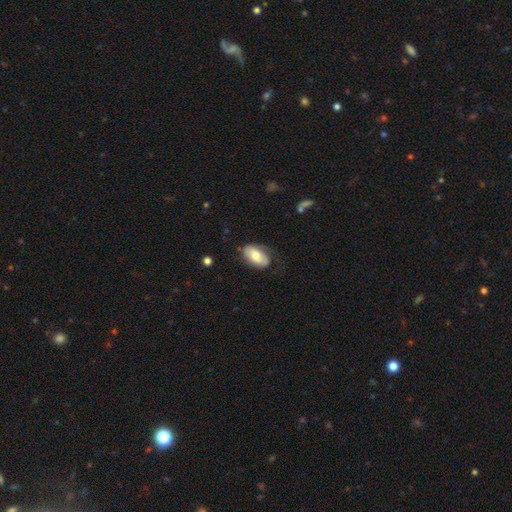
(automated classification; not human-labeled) The model was most divided on "merging": none: 59%, minor disturbance: 27%, major disturbance: 12%, merger: 2%. More confident: how rounded — in between (94%); smooth or featured — smooth (67%).